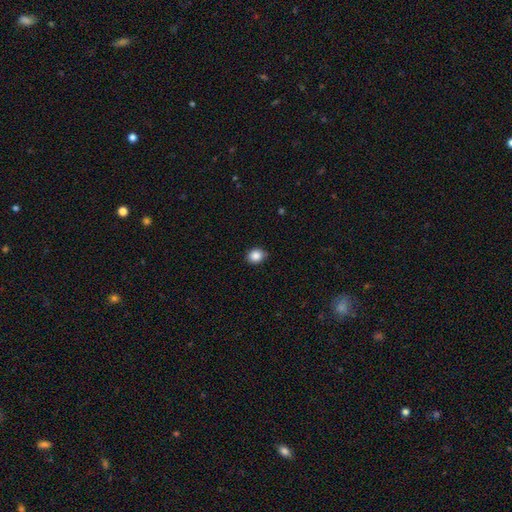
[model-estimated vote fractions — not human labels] Smooth or featured? Predicted: smooth (p=0.87). How rounded? Predicted: round (p=0.60). Merging? Predicted: none (p=0.84).